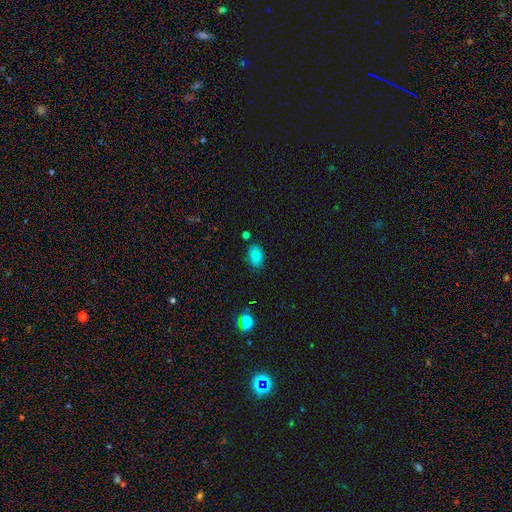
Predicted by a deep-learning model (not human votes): Smooth or featured? smooth (83%)
How rounded? in between (85%)
Merging? none (78%)